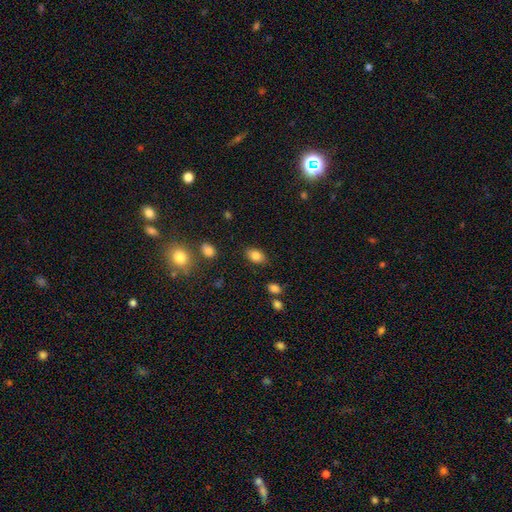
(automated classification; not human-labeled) The model was most divided on "how rounded": in between: 85%, round: 13%, cigar-shaped: 1%. More confident: merging — none (84%); smooth or featured — smooth (83%).